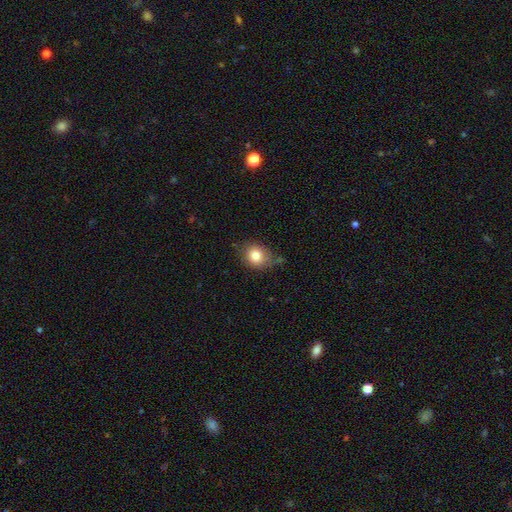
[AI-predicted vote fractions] smooth 81%, star or artifact 10%, featured or disk 9%. Down the decision tree: how rounded — round (55%); merging — none (67%).